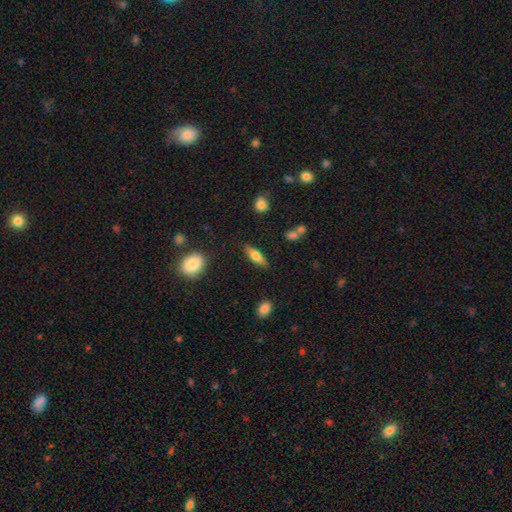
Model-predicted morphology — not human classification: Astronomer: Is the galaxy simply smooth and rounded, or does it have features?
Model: smooth — 58% (runner-up: featured or disk, 35%).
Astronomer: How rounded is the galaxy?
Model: in between — 52% (runner-up: cigar-shaped, 45%).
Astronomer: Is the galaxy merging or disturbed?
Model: none — 84%.